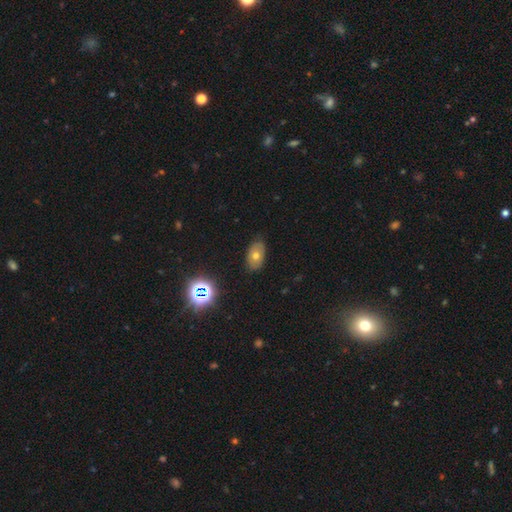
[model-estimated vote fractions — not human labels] A smooth galaxy with no disk features (60%) that is in between round and cigar-shaped (88%).

Vote fractions:
- Smooth or featured? smooth: 60% / featured or disk: 23% / star or artifact: 17%
- How rounded? in between: 88% / round: 10% / cigar-shaped: 2%
- Merging? none: 79% / minor disturbance: 17% / major disturbance: 3% / merger: 1%